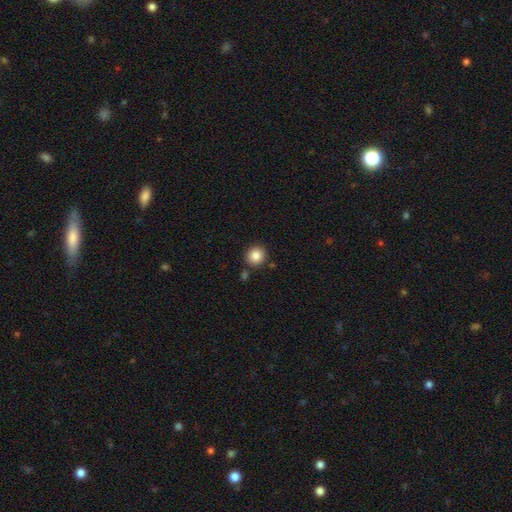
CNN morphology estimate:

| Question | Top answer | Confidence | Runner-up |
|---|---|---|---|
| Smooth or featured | smooth | 86% | star or artifact (9%) |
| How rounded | round | 91% | in between (8%) |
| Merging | none | 84% | minor disturbance (8%) |